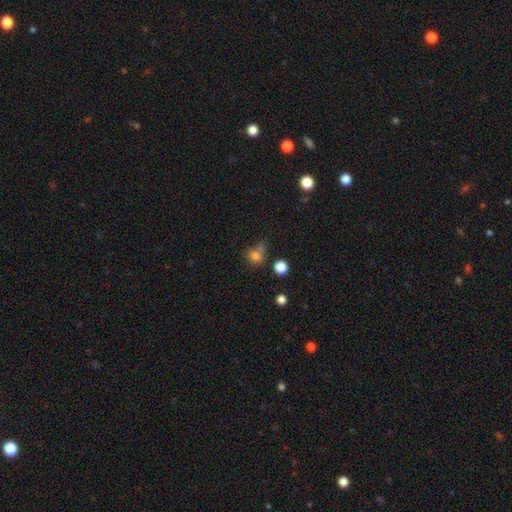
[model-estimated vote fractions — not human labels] Morphology: type=smooth (78%); roundness=round (81%); merging=none (52%).